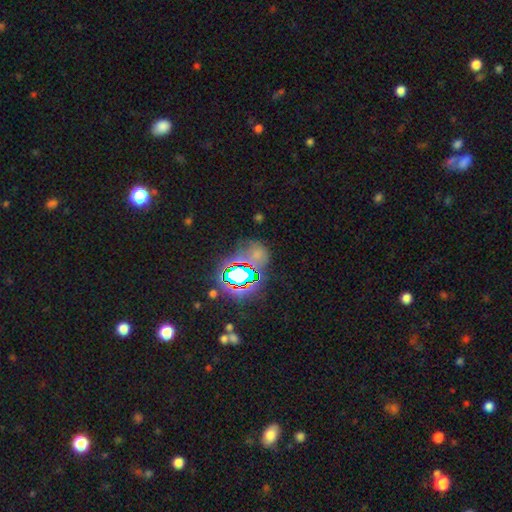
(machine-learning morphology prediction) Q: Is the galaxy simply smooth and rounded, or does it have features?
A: star or artifact — 53%.